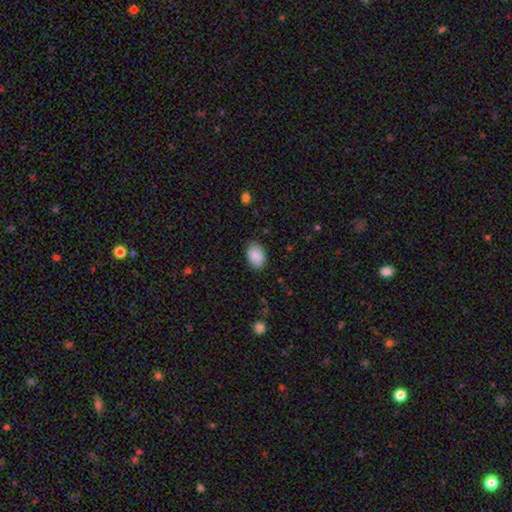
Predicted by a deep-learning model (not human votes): smooth_or_featured: smooth (p=0.87) [alt: star or artifact p=0.07]
how_rounded: in between (p=0.85) [alt: round p=0.14]
merging: none (p=0.83) [alt: minor disturbance p=0.13]